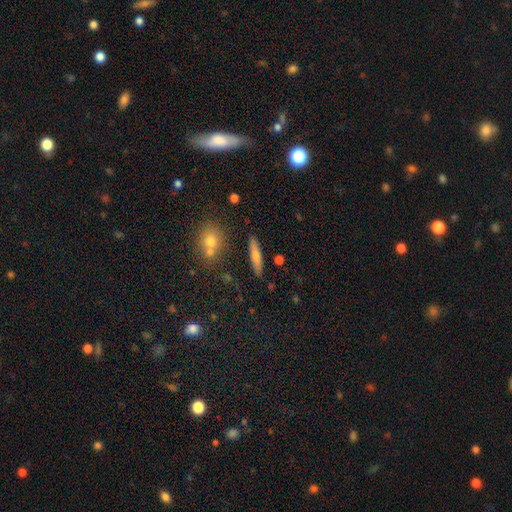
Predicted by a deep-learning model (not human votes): smooth 65%, featured or disk 27%, star or artifact 8%. Down the decision tree: how rounded — cigar-shaped (81%); merging — none (85%).